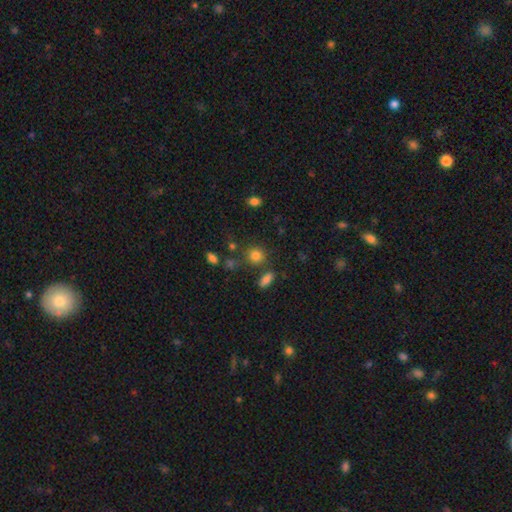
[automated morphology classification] A smooth galaxy with no disk features (80%) that is round (82%). Merging: none (73%).